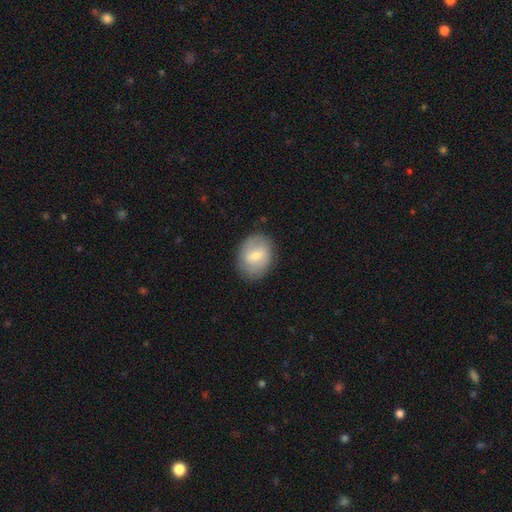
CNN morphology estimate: Q: Smooth or featured?
A: smooth (59%); runner-up: featured or disk (34%)
Q: How rounded?
A: in between (51%); runner-up: round (48%)
Q: Merging?
A: none (82%); runner-up: minor disturbance (13%)